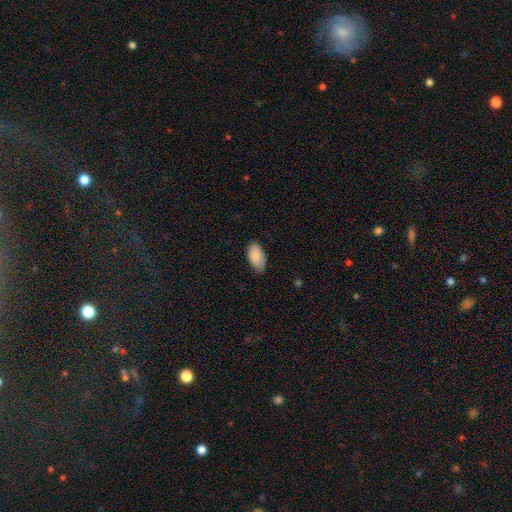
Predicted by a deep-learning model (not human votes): smooth 88%, star or artifact 6%, featured or disk 6%. Down the decision tree: how rounded — in between (95%); merging — none (74%).